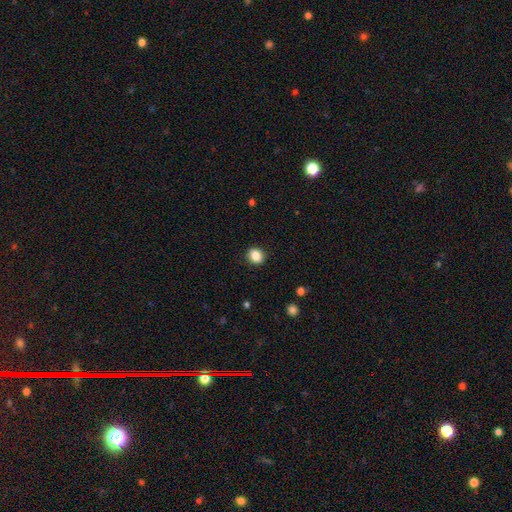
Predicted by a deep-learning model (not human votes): The model was most divided on "how rounded": round: 68%, in between: 31%, cigar-shaped: 1%. More confident: merging — none (91%); smooth or featured — smooth (86%).